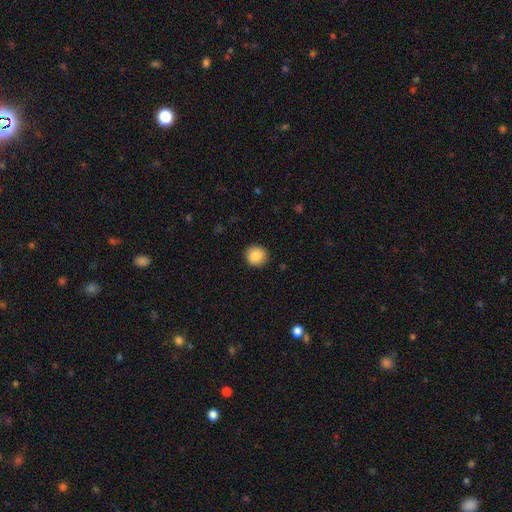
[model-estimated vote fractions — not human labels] This is clearly a smooth galaxy (87%). How rounded: clearly round (92%). Merging: clearly none (90%).